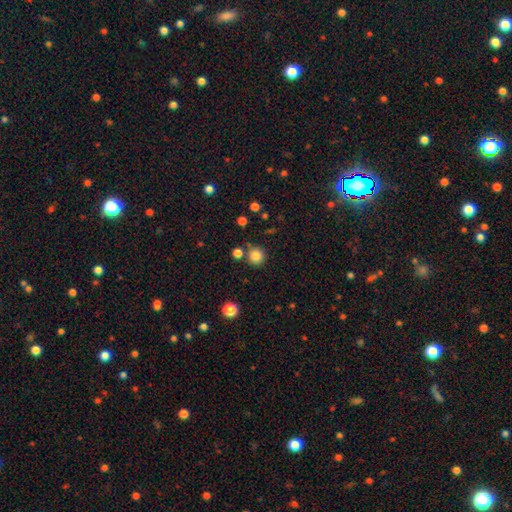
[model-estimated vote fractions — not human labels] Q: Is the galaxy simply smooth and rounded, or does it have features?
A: smooth — 83%.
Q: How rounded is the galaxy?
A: round — 94%.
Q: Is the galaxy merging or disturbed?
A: none — 79%.